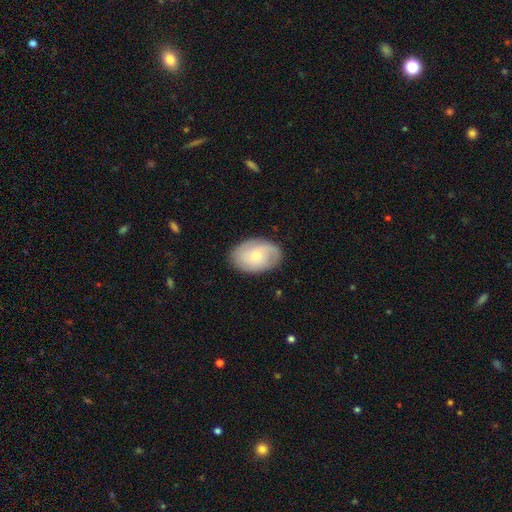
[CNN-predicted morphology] type=featured or disk (48%); merging=none (83%).